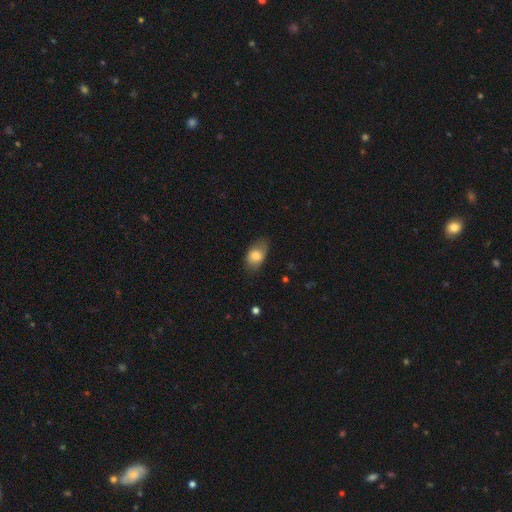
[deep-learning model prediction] Smooth or featured? smooth (81%)
How rounded? in between (87%)
Merging? none (73%)